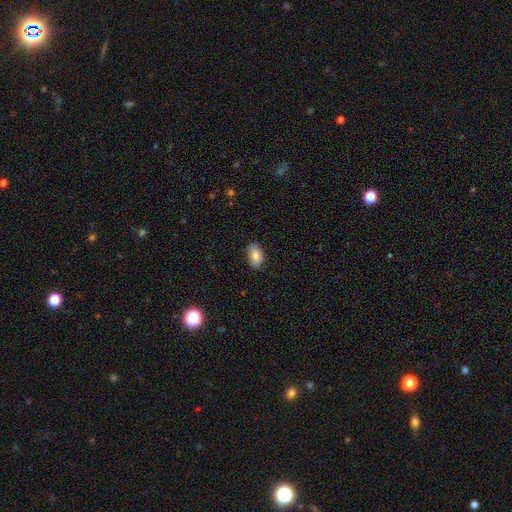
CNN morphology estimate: type=smooth (83%); roundness=in between (91%); merging=none (83%).